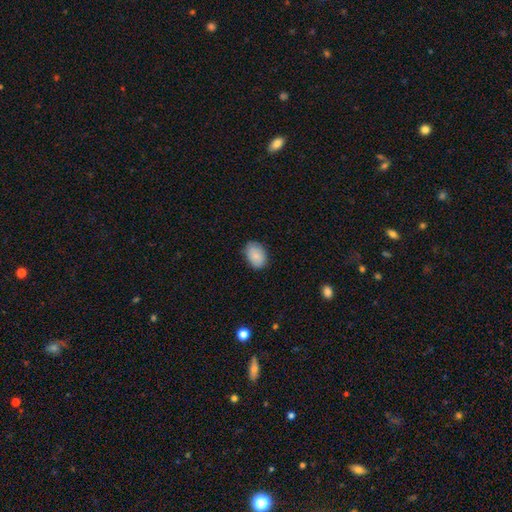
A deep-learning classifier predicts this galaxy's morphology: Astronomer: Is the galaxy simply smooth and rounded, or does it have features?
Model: smooth — 87%.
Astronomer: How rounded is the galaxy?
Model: in between — 86%.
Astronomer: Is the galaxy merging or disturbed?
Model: none — 81%.